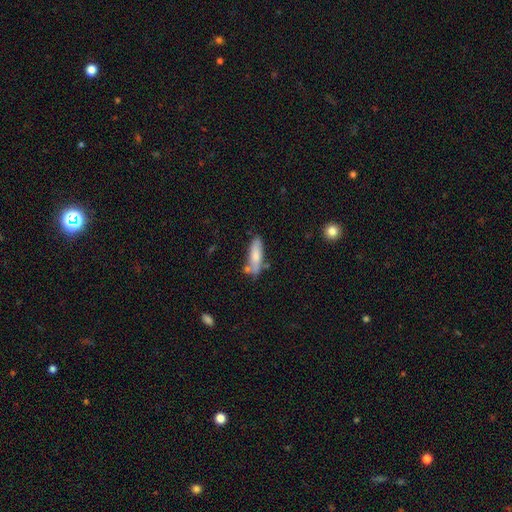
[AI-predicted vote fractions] The model was most divided on "how rounded": in between: 49%, cigar-shaped: 48%, round: 2%. More confident: smooth or featured — smooth (70%); merging — none (54%).